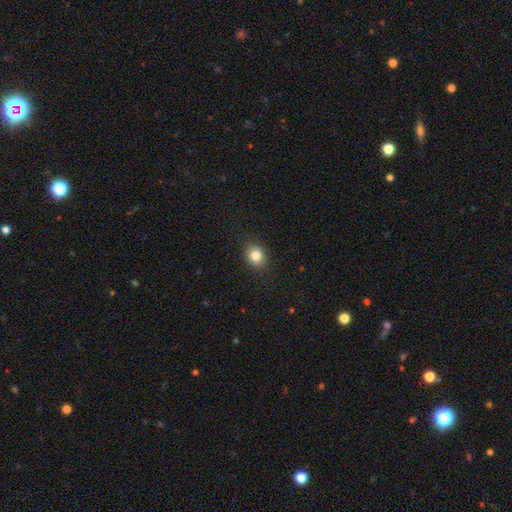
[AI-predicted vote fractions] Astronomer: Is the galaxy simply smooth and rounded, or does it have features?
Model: smooth — 83%.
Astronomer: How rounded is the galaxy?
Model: round — 65%.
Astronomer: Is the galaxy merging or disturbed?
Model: none — 87%.